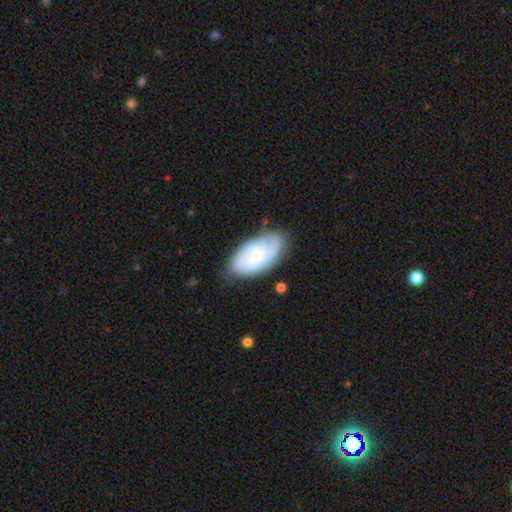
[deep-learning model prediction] Smooth or featured: featured or disk — 63% (smooth — 31%)
Edge-on disk: no — 95% (yes — 5%)
Bar: no — 71% (weak — 25%)
Spiral arms: yes — 90% (no — 10%)
Spiral winding: tight — 54% (medium — 35%)
Spiral arm count: can't tell — 33% (tied with 2 — 33%)
Bulge size: small — 66% (moderate — 20%)
Merging: none — 72% (minor disturbance — 21%)